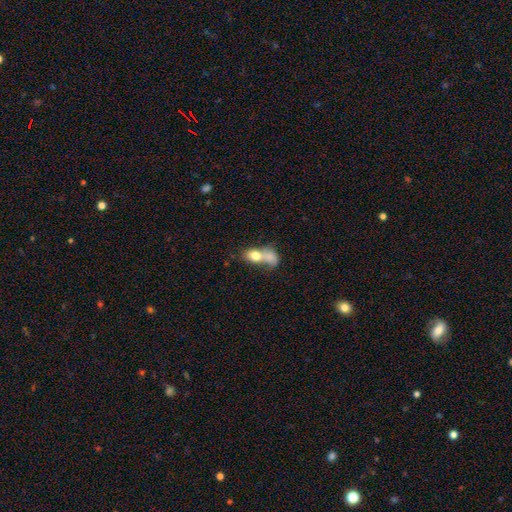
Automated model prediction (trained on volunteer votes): This appears to be a smooth galaxy with no disk features (74%) that is in between round and cigar-shaped (72%). Merging: merger (66%).